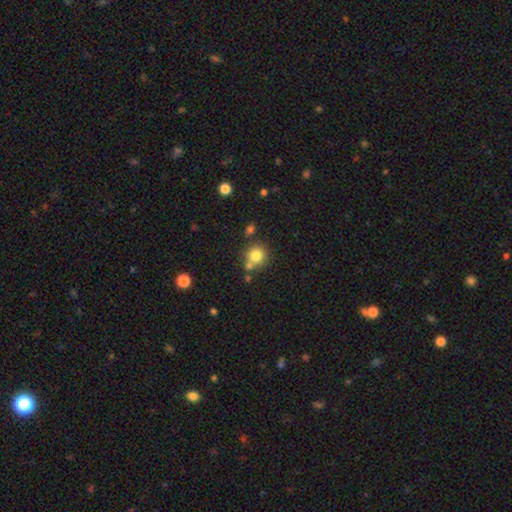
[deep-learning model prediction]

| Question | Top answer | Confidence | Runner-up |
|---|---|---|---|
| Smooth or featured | smooth | 79% | star or artifact (12%) |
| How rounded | round | 90% | in between (10%) |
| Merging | none | 66% | merger (20%) |